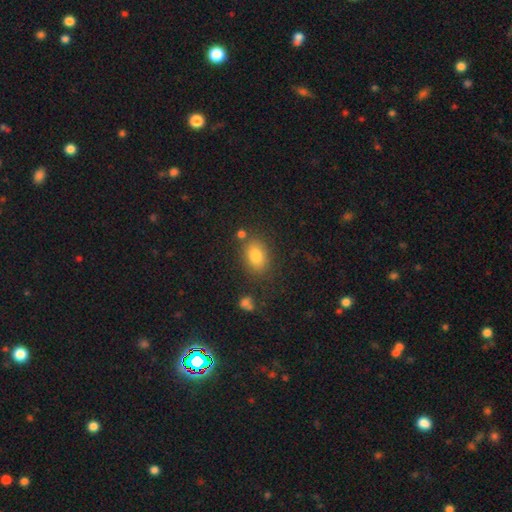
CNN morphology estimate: smooth 81%, star or artifact 11%, featured or disk 9%. Down the decision tree: how rounded — in between (74%); merging — none (79%).